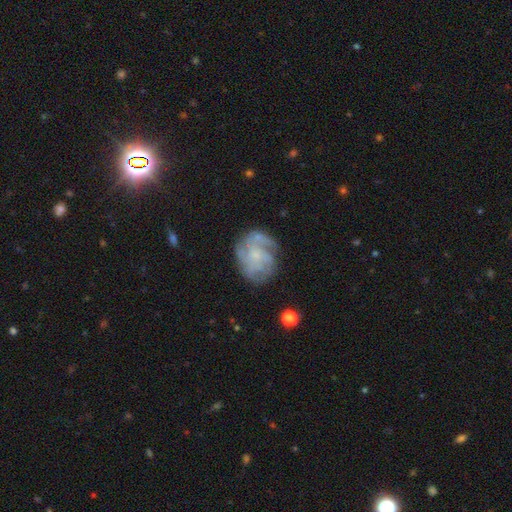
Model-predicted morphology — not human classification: Q: Smooth or featured?
A: featured or disk (71%); runner-up: smooth (20%)
Q: Edge-on disk?
A: no (98%); runner-up: yes (2%)
Q: Bar?
A: no (74%); runner-up: weak (23%)
Q: Spiral arms?
A: yes (84%); runner-up: no (16%)
Q: Spiral winding?
A: tight (45%); runner-up: medium (37%)
Q: Spiral arm count?
A: can't tell (40%); runner-up: 4 (19%)
Q: Bulge size?
A: small (48%); runner-up: none (28%)
Q: Merging?
A: none (65%); runner-up: minor disturbance (20%)